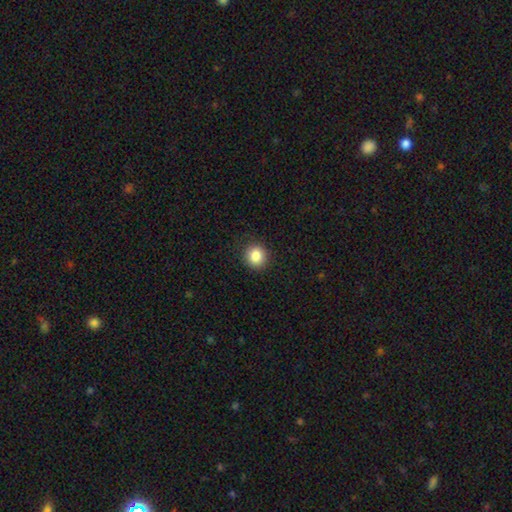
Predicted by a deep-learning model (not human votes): smooth-or-featured: smooth: 87% | star or artifact: 9% | featured or disk: 4%
  how-rounded: round: 88% | in between: 11% | cigar-shaped: 1%
  merging: none: 90% | minor disturbance: 7% | major disturbance: 2% | merger: 1%